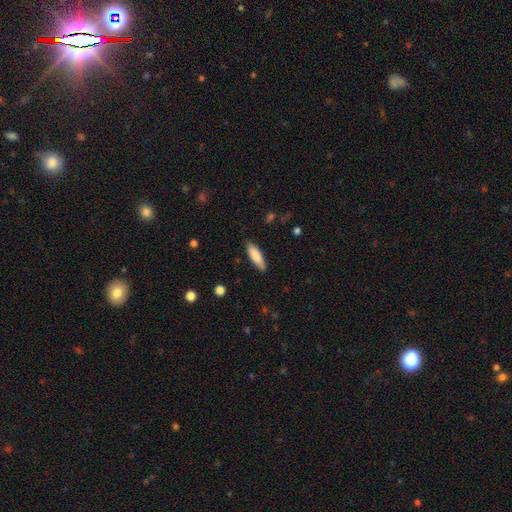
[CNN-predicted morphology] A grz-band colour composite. It shows a smooth galaxy with no disk features (84%) that is in between round and cigar-shaped (51%). Merging: none (86%).